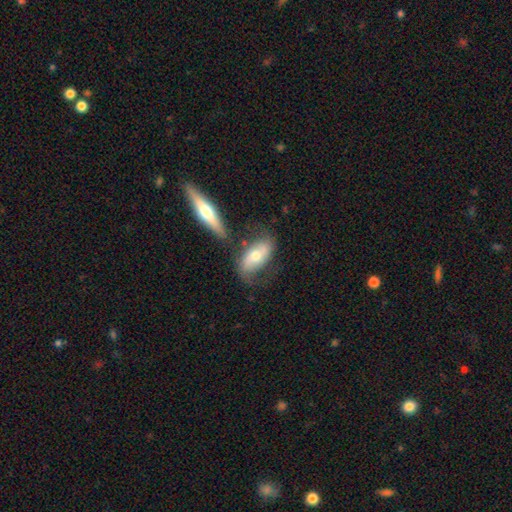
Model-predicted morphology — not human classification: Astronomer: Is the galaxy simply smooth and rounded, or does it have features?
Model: featured or disk — 51% (runner-up: smooth, 43%).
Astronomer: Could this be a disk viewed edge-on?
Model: no — 84%.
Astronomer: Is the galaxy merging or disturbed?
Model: none — 53%.